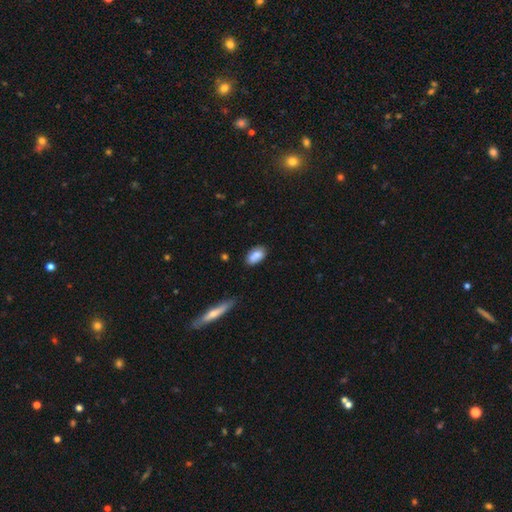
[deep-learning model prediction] Q: Smooth or featured?
A: smooth (84%); runner-up: featured or disk (8%)
Q: How rounded?
A: in between (92%); runner-up: round (5%)
Q: Merging?
A: none (78%); runner-up: minor disturbance (17%)